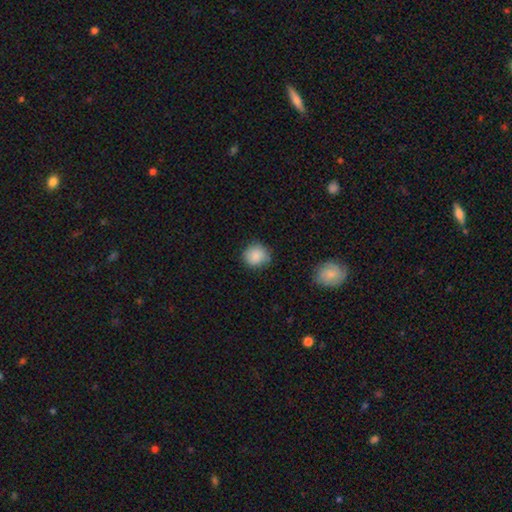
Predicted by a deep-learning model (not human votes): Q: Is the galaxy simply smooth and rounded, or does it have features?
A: smooth — 87%.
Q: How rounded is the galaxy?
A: round — 85%.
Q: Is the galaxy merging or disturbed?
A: none — 77%.